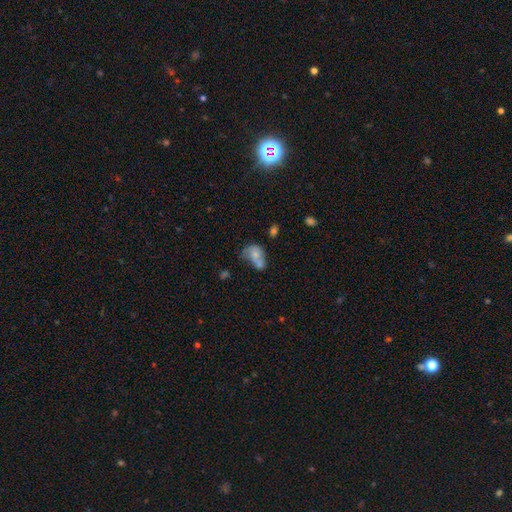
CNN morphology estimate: This appears to be a smooth galaxy with no disk features (67%) that is in between round and cigar-shaped (73%). Merging: merger (53%).